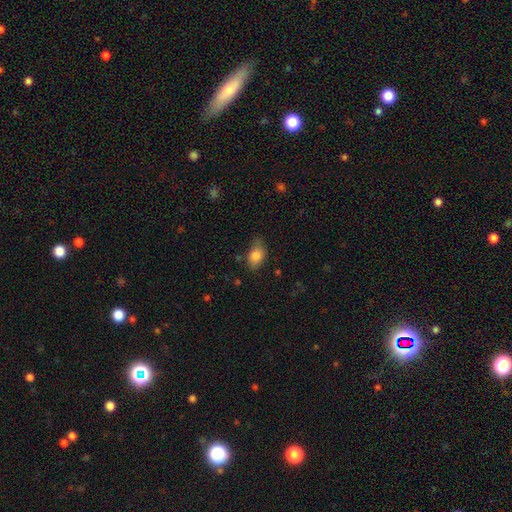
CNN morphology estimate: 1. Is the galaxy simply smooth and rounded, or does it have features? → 83% smooth, 9% featured or disk, 8% star or artifact.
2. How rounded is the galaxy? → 83% in between, 14% round, 3% cigar-shaped.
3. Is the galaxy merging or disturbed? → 62% none, 29% minor disturbance, 7% major disturbance, 2% merger.